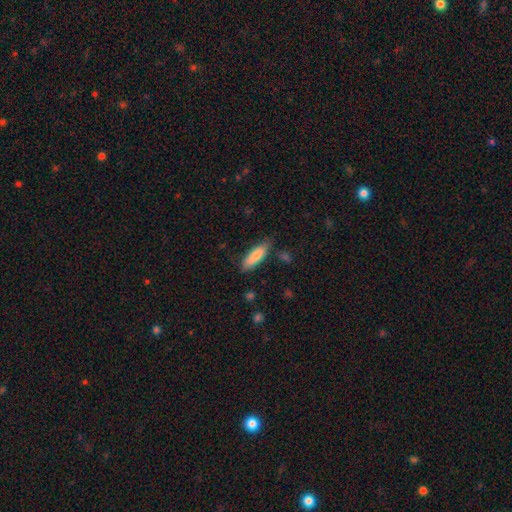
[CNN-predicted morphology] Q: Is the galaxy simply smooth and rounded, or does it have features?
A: smooth — 83%.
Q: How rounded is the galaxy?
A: in between — 53%.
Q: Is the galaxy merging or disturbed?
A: none — 72%.